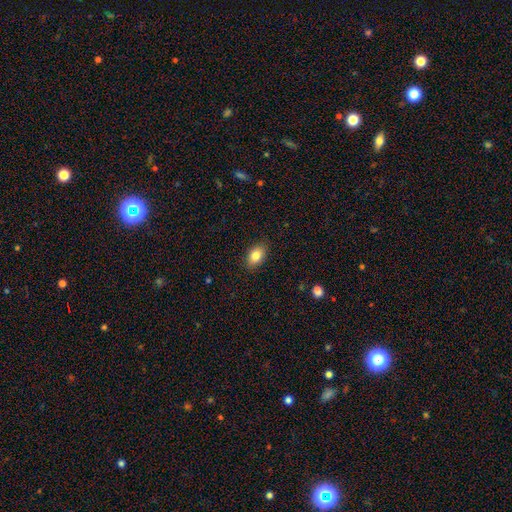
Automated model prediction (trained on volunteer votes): smooth 83%, featured or disk 9%, star or artifact 8%. Down the decision tree: how rounded — in between (87%); merging — none (88%).